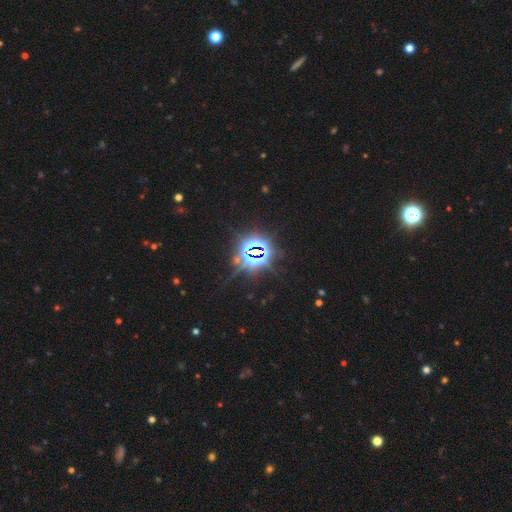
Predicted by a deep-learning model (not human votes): star or artifact 85%, smooth 8%, featured or disk 8%.